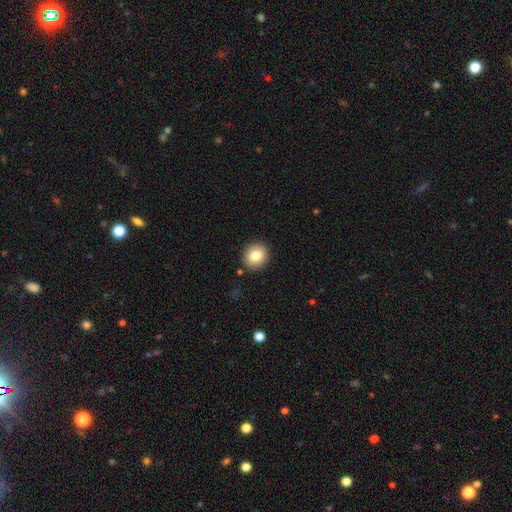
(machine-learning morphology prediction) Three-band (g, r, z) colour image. It shows a smooth galaxy with no disk features (81%) that is round (78%). Merging: none (89%).